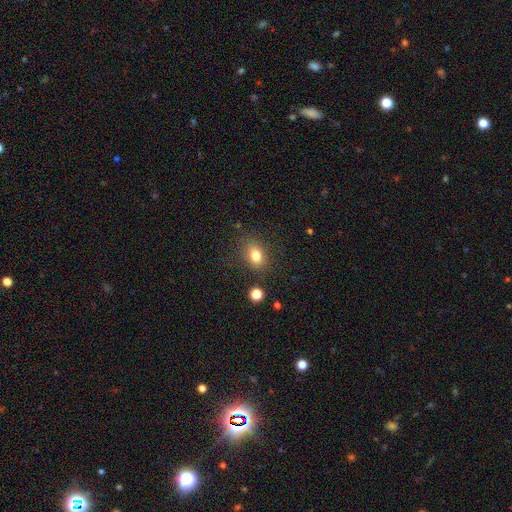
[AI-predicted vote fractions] smooth 79%, star or artifact 11%, featured or disk 9%. Down the decision tree: how rounded — in between (72%); merging — none (82%).